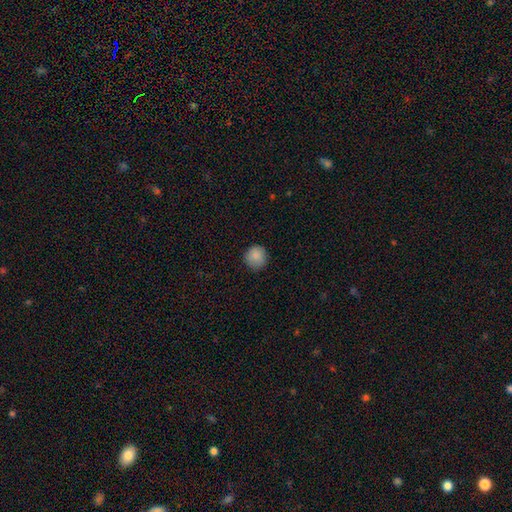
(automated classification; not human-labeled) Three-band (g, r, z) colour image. It shows a smooth galaxy with no disk features (88%) that is round (93%). Merging: none (87%).